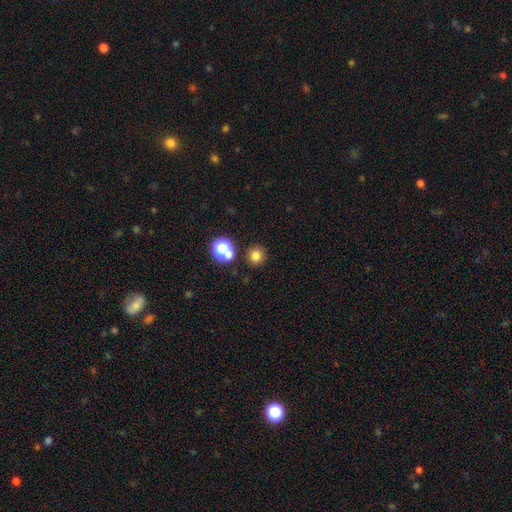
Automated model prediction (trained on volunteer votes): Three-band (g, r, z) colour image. It shows a smooth galaxy with no disk features (77%) that is round (87%). Merging: none (84%).